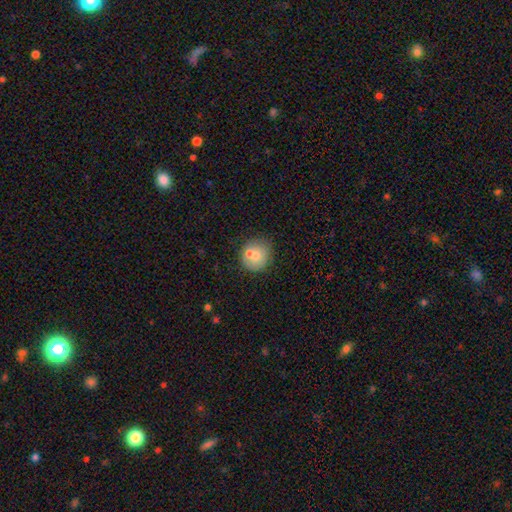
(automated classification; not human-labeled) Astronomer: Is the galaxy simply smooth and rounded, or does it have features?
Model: smooth — 70%.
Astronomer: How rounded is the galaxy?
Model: round — 86%.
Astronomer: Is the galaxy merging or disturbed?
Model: none — 56%.